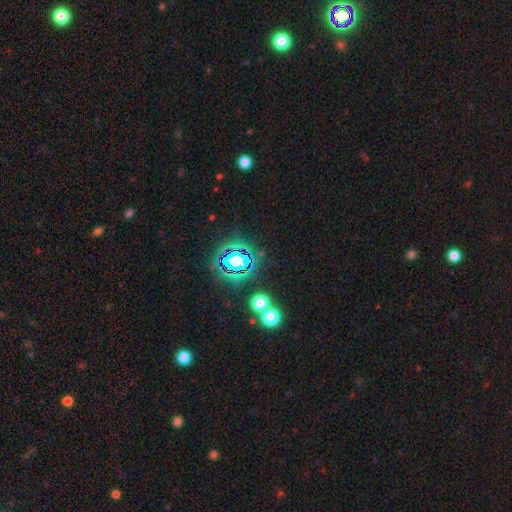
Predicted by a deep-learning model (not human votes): This appears to be a star or artifact, not a galaxy (78%).